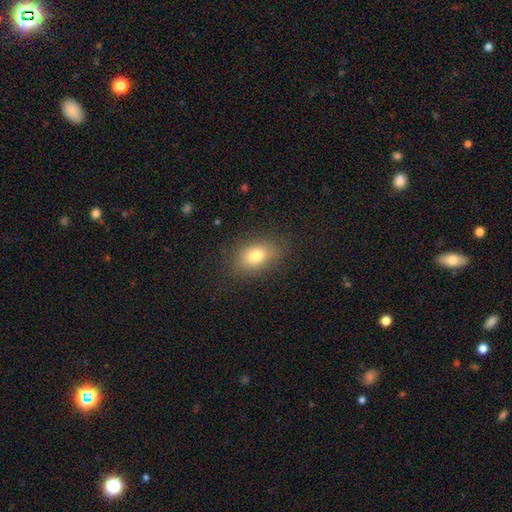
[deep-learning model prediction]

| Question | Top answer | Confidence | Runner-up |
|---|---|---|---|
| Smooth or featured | smooth | 78% | featured or disk (11%) |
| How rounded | in between | 81% | round (16%) |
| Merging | none | 83% | minor disturbance (12%) |